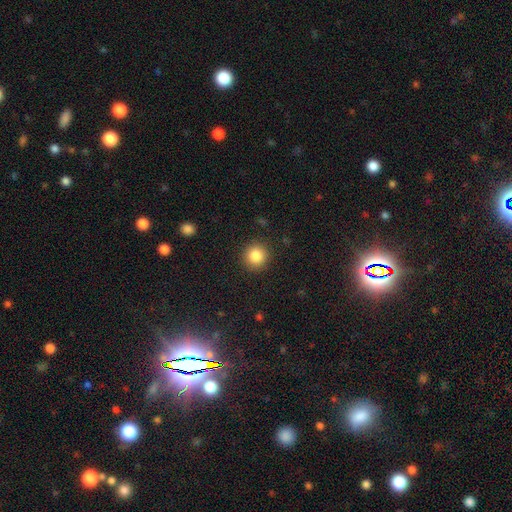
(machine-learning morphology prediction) A smooth galaxy with no disk features (85%) that is round (93%).

Vote fractions:
- Smooth or featured? smooth: 85% / star or artifact: 10% / featured or disk: 5%
- How rounded? round: 93% / in between: 6% / cigar-shaped: 1%
- Merging? none: 91% / minor disturbance: 6% / major disturbance: 2% / merger: 1%